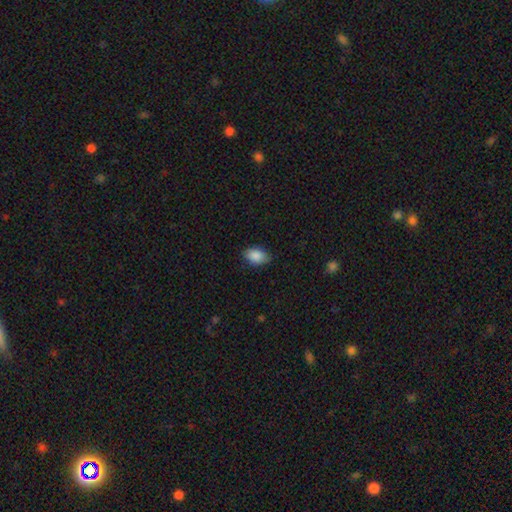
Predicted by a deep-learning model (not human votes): Smooth or featured? smooth (89%)
How rounded? in between (85%)
Merging? none (83%)